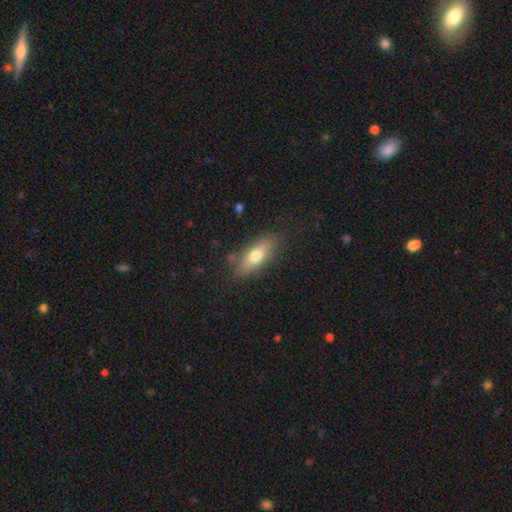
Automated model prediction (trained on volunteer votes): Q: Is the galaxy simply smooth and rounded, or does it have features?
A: smooth — 70%.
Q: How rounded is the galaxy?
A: in between — 72%.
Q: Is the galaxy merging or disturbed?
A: none — 81%.